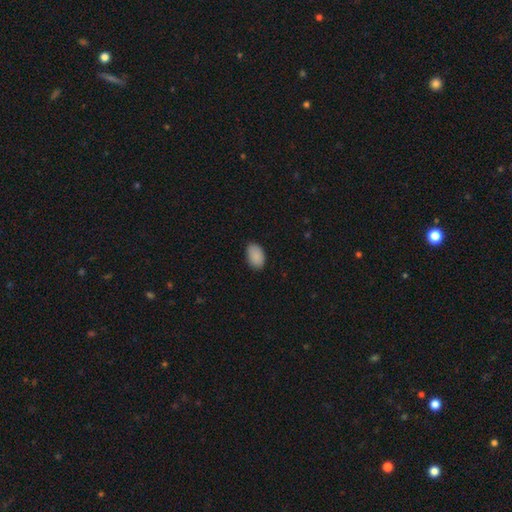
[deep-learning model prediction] Smooth or featured: smooth — 90% (star or artifact — 7%)
How rounded: in between — 92% (round — 7%)
Merging: none — 85% (minor disturbance — 11%)